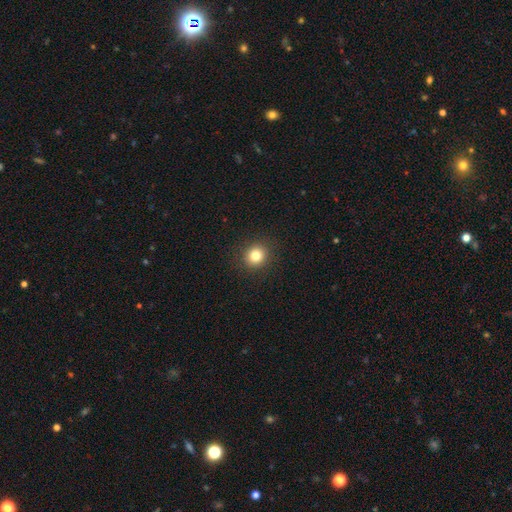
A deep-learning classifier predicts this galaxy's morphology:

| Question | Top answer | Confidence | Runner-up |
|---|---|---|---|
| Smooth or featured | smooth | 82% | star or artifact (12%) |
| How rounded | round | 86% | in between (13%) |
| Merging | none | 91% | minor disturbance (6%) |